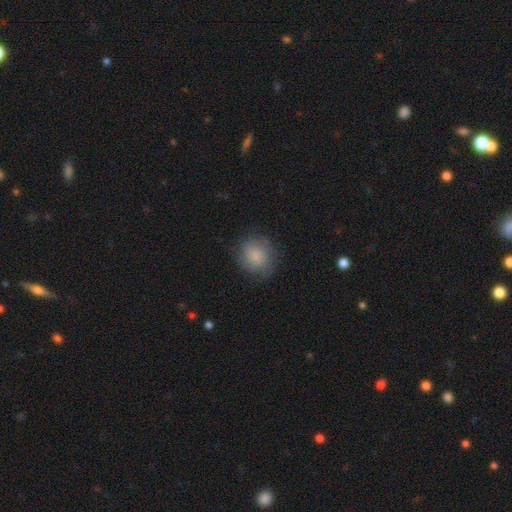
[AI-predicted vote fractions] smooth-or-featured: smooth: 83% | featured or disk: 10% | star or artifact: 7%
  how-rounded: round: 87% | in between: 12% | cigar-shaped: 1%
  merging: none: 78% | minor disturbance: 15% | major disturbance: 5% | merger: 1%